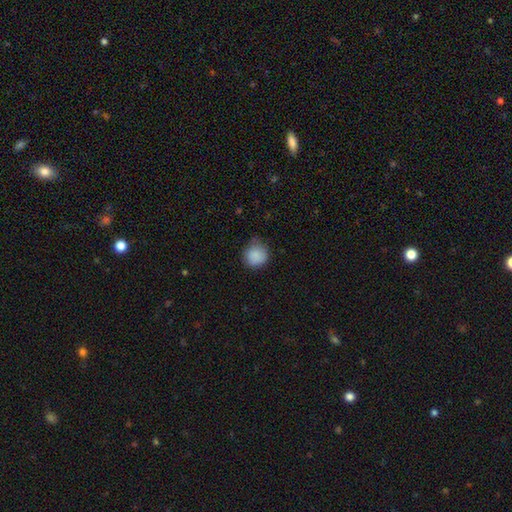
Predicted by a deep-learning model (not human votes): A smooth galaxy with no disk features (87%) that is round (89%).

Vote fractions:
- Smooth or featured? smooth: 87% / star or artifact: 9% / featured or disk: 4%
- How rounded? round: 89% / in between: 10% / cigar-shaped: 1%
- Merging? none: 67% / minor disturbance: 26% / major disturbance: 5% / merger: 1%